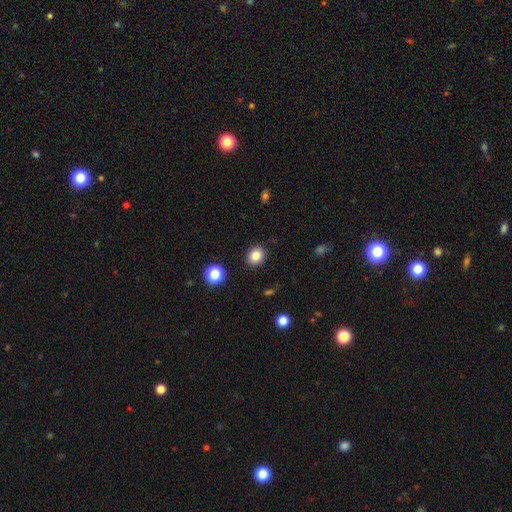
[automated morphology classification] Smooth or featured? Predicted: smooth (p=0.84). How rounded? Predicted: round (p=0.65). Merging? Predicted: none (p=0.89).